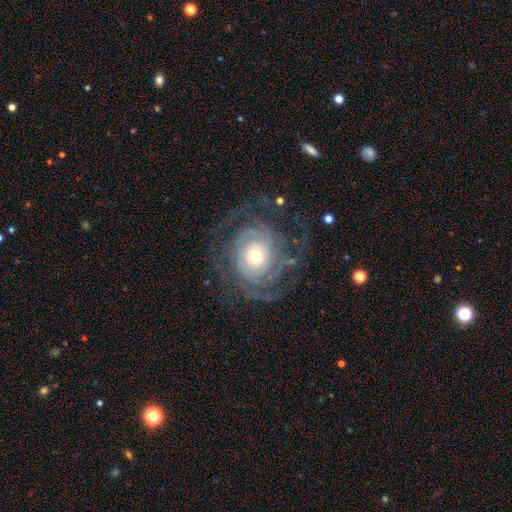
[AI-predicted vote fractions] smooth-or-featured: featured or disk: 84% | smooth: 10% | star or artifact: 6%
  disk-edge-on: no: 97% | yes: 3%
    bar: no: 82% | weak: 14% | strong: 4%
    has-spiral-arms: yes: 92% | no: 8%
      spiral-winding: tight: 60% | medium: 27% | loose: 13%
      spiral-arm-count: can't tell: 33% | 2: 23% | 3: 17% | 4: 11% | more than 4: 8% | 1: 8%
    bulge-size: moderate: 52% | small: 37% | large: 9% | dominant: 2% | none: 1%
  merging: none: 64% | major disturbance: 19% | minor disturbance: 16% | merger: 2%